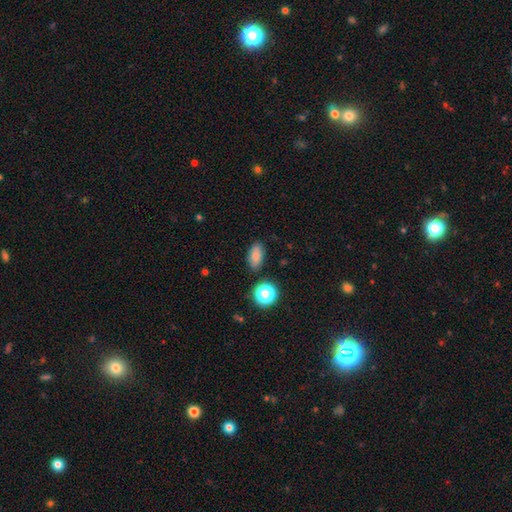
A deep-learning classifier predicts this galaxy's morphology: Smooth or featured? Predicted: smooth (p=0.81). How rounded? Predicted: in between (p=0.85). Merging? Predicted: none (p=0.83).